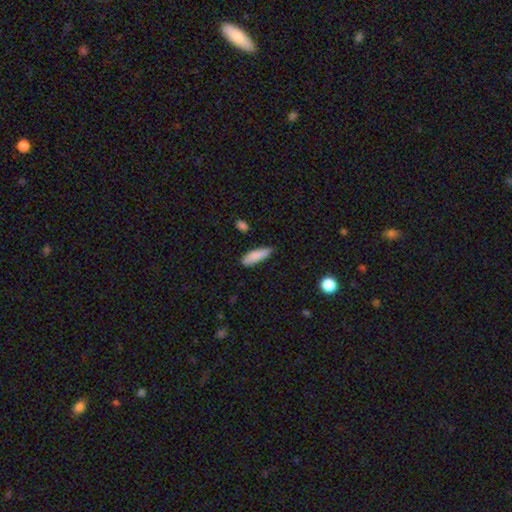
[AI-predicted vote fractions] Smooth or featured?
  - smooth: 85% *
  - featured or disk: 8%
  - star or artifact: 7%
How rounded?
  - in between: 52% *
  - cigar-shaped: 46%
  - round: 2%
Merging?
  - none: 67% *
  - minor disturbance: 26%
  - major disturbance: 4%
  - merger: 3%